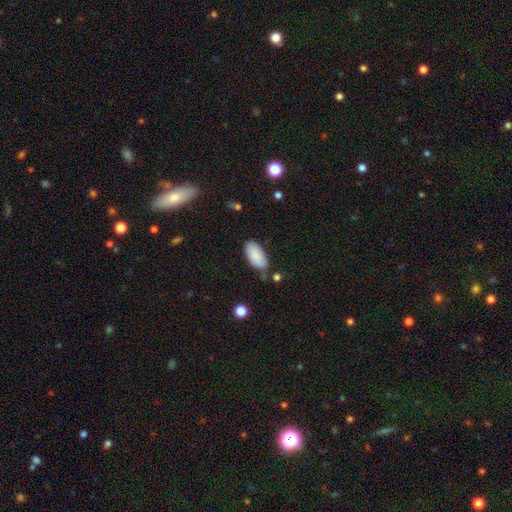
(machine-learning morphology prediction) This appears to be a smooth galaxy with no disk features (89%) that is in between round and cigar-shaped (94%). Merging: none (70%).